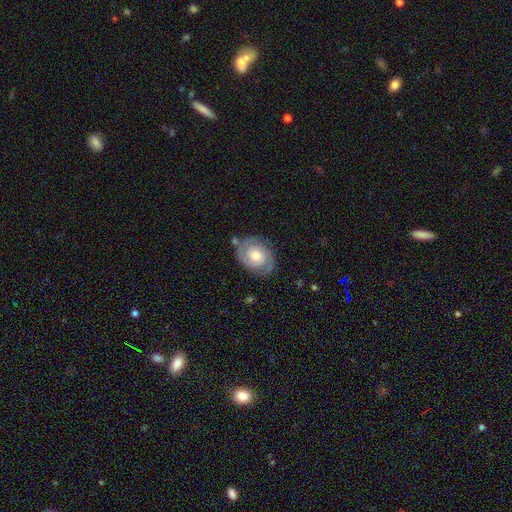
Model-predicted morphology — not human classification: Q: Smooth or featured?
A: featured or disk (73%); runner-up: smooth (21%)
Q: Edge-on disk?
A: no (97%); runner-up: yes (3%)
Q: Bar?
A: no (75%); runner-up: weak (22%)
Q: Spiral arms?
A: yes (91%); runner-up: no (9%)
Q: Spiral winding?
A: tight (56%); runner-up: medium (35%)
Q: Spiral arm count?
A: 2 (84%); runner-up: can't tell (8%)
Q: Bulge size?
A: moderate (63%); runner-up: small (18%)
Q: Merging?
A: none (76%); runner-up: minor disturbance (16%)